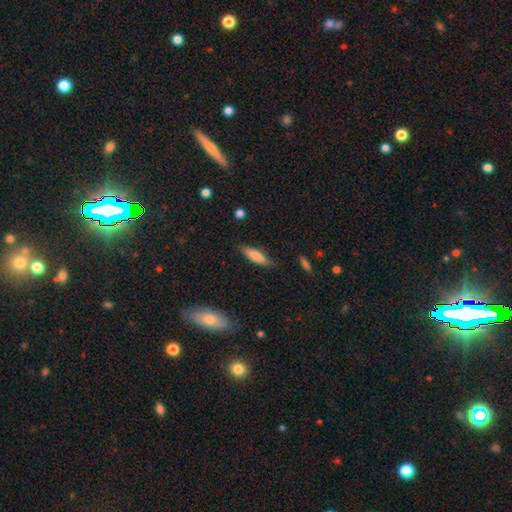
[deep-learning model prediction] smooth-or-featured: smooth: 79% | featured or disk: 15% | star or artifact: 6%
  how-rounded: cigar-shaped: 62% | in between: 36% | round: 2%
  merging: none: 80% | minor disturbance: 15% | major disturbance: 3% | merger: 2%